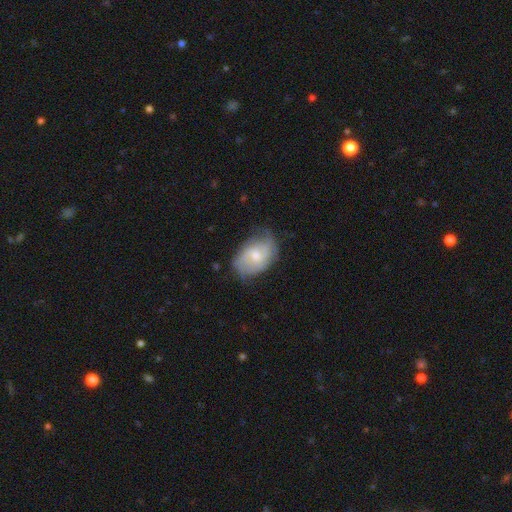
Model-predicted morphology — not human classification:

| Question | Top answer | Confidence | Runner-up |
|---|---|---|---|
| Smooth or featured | featured or disk | 69% | smooth (25%) |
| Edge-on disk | no | 97% | yes (3%) |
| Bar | no | 60% | weak (36%) |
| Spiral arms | yes | 90% | no (10%) |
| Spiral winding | tight | 41% | medium (40%) |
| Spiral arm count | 2 | 45% | can't tell (31%) |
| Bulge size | small | 52% | moderate (43%) |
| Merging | none | 64% | minor disturbance (26%) |